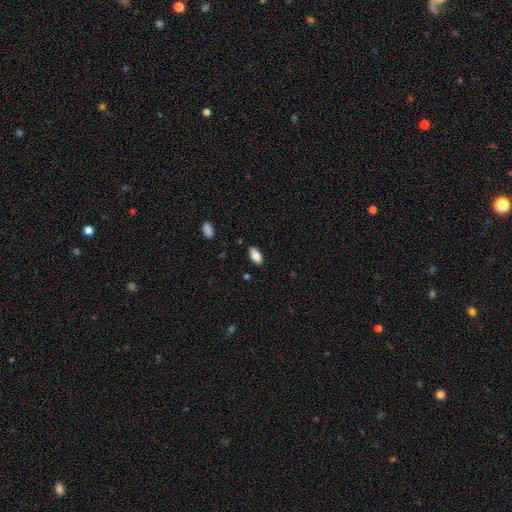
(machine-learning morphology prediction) type=smooth (83%); roundness=in between (91%); merging=none (87%).